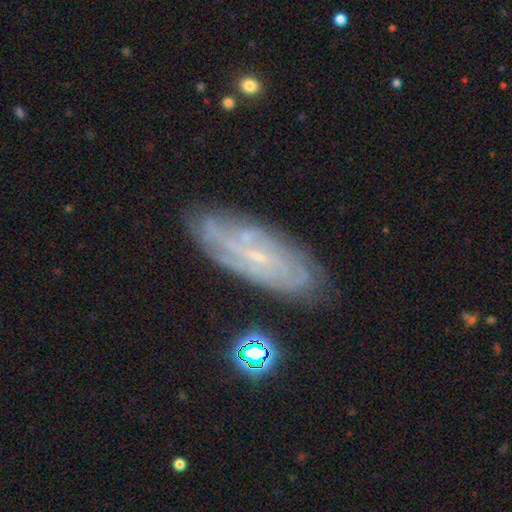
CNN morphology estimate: A featured or disk galaxy (76%) with no bar (47%), tight (63%) spiral arms (90%) and a small central bulge (81%). Merging: none (80%).